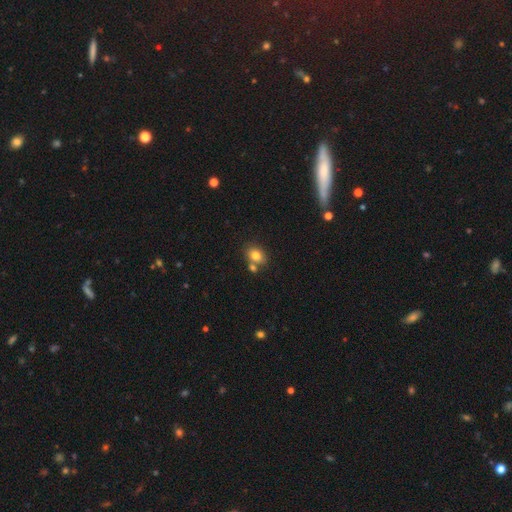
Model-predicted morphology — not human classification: A smooth galaxy with no disk features (79%) that is in between round and cigar-shaped (54%).

Vote fractions:
- Smooth or featured? smooth: 79% / star or artifact: 11% / featured or disk: 10%
- How rounded? in between: 54% / round: 44% / cigar-shaped: 1%
- Merging? none: 60% / merger: 24% / minor disturbance: 13% / major disturbance: 4%